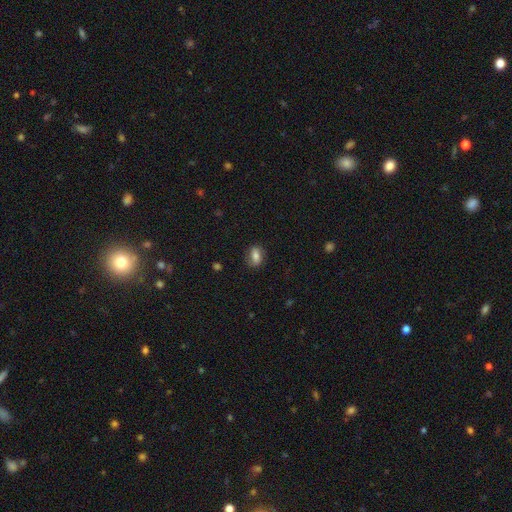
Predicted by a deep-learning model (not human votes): The model was most divided on "smooth or featured": smooth: 69%, featured or disk: 22%, star or artifact: 9%. More confident: merging — none (79%); how rounded — in between (77%).